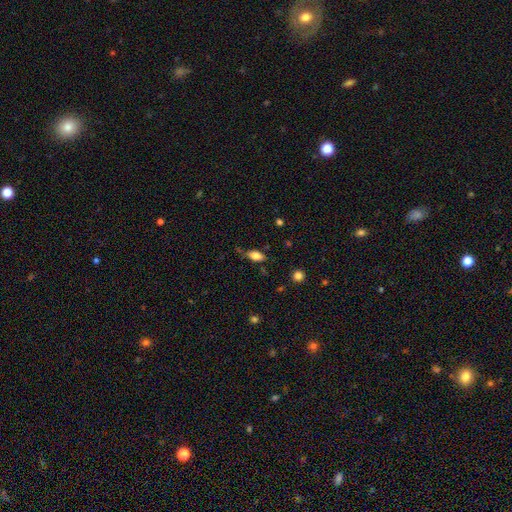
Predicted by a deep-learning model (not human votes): smooth 77%, featured or disk 14%, star or artifact 9%. Down the decision tree: how rounded — in between (88%); merging — none (72%).